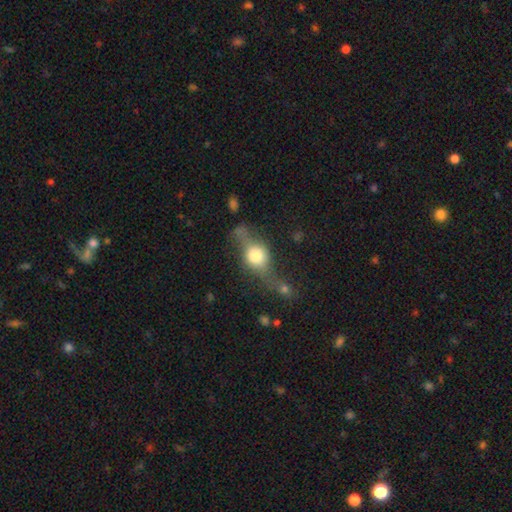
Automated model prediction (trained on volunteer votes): smooth-or-featured: smooth: 50% | featured or disk: 40% | star or artifact: 10%
  merging: none: 38% | major disturbance: 24% | minor disturbance: 22% | merger: 16%